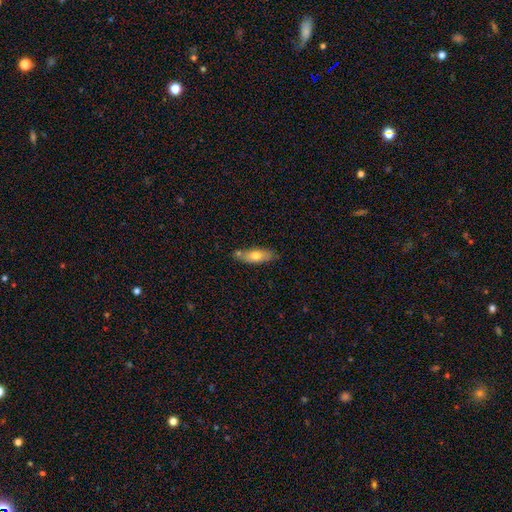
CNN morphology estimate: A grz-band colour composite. It shows a smooth galaxy with no disk features (68%) that is in between round and cigar-shaped (64%). Merging: none (68%).